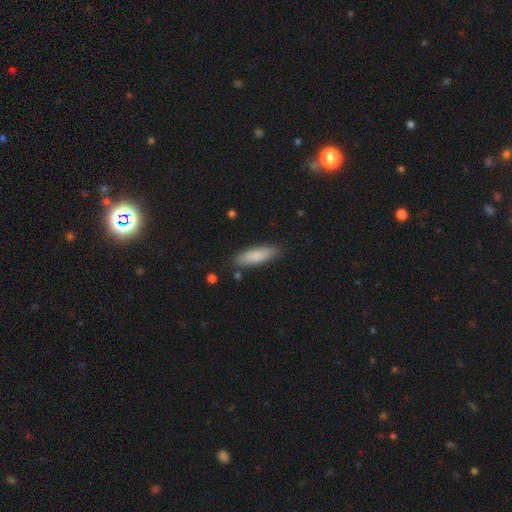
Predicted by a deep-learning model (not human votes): A smooth galaxy with no disk features (84%) that is cigar-shaped (55%).

Vote fractions:
- Smooth or featured? smooth: 84% / featured or disk: 10% / star or artifact: 6%
- How rounded? cigar-shaped: 55% / in between: 44% / round: 2%
- Merging? none: 85% / minor disturbance: 11% / major disturbance: 2% / merger: 2%